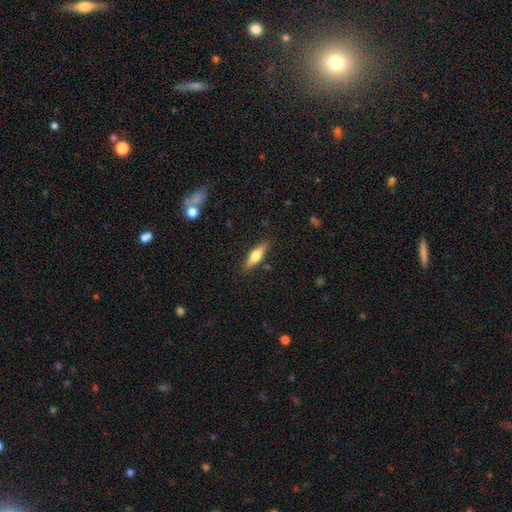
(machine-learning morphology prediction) smooth 52%, featured or disk 42%, star or artifact 6%. Down the decision tree: how rounded — cigar-shaped (57%); merging — none (86%).